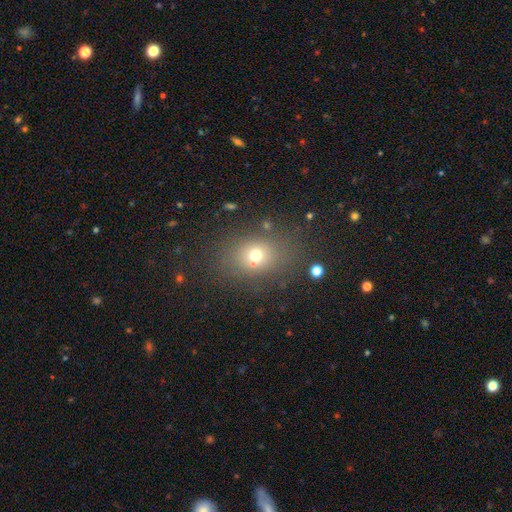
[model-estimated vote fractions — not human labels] A smooth galaxy with no disk features (66%) that is round (50%). Merging: none (70%).